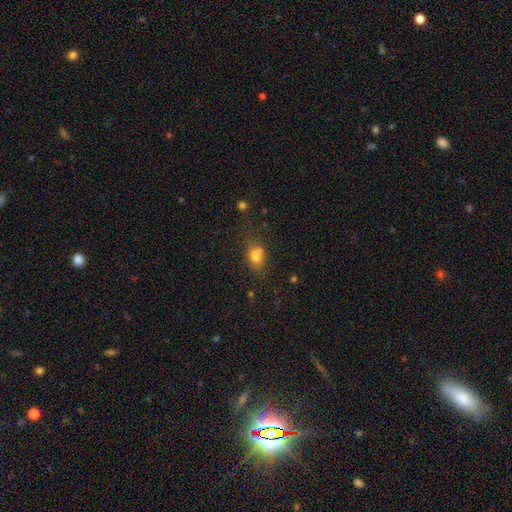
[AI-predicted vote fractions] This is likely a smooth galaxy (77%). How rounded: likely in between (65%). Merging: possibly none (56%).